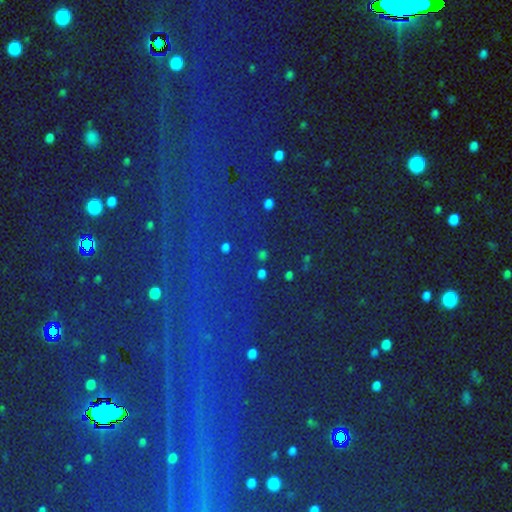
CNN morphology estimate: A star or artifact, not a galaxy (84%).

Vote fractions:
- Smooth or featured? star or artifact: 84% / smooth: 9% / featured or disk: 7%